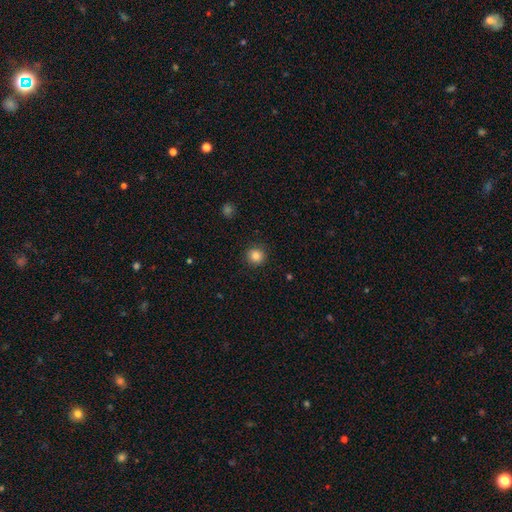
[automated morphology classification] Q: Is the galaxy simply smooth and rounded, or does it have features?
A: smooth — 85%.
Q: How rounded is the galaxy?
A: round — 92%.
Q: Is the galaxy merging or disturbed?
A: none — 90%.